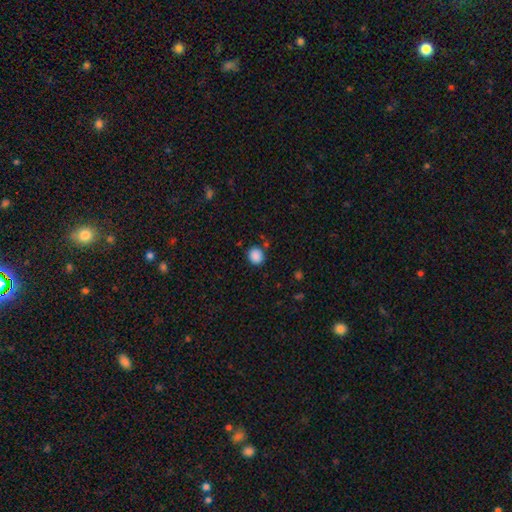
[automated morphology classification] Smooth or featured? smooth (88%)
How rounded? round (73%)
Merging? none (79%)